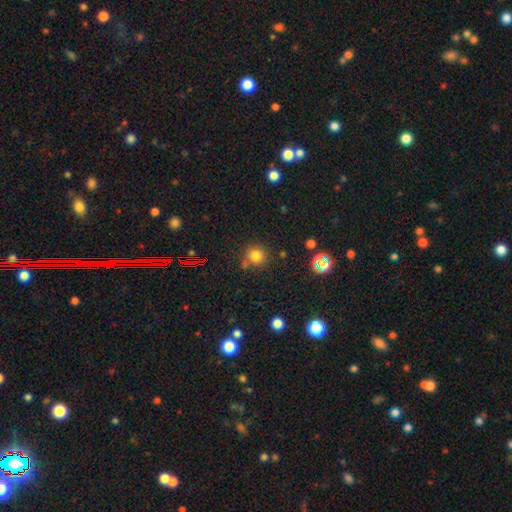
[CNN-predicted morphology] Smooth or featured? smooth (78%)
How rounded? round (91%)
Merging? none (72%)